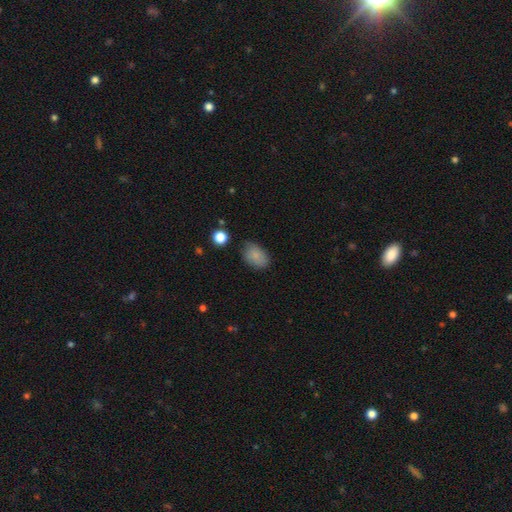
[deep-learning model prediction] smooth-or-featured: smooth: 82% | featured or disk: 9% | star or artifact: 9%
  how-rounded: in between: 83% | round: 16% | cigar-shaped: 1%
  merging: none: 70% | minor disturbance: 23% | major disturbance: 5% | merger: 2%